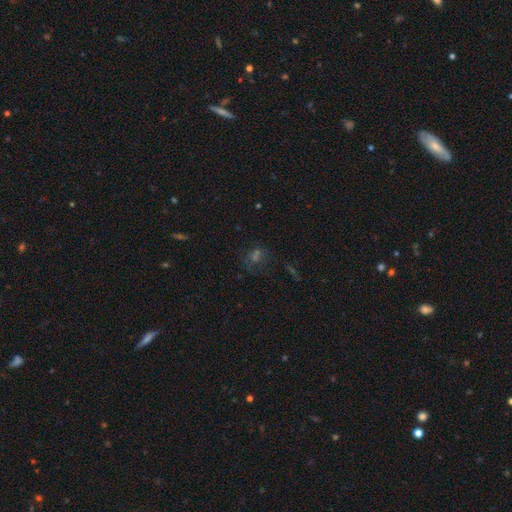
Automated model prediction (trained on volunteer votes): Q: Smooth or featured?
A: star or artifact (47%); runner-up: smooth (34%)